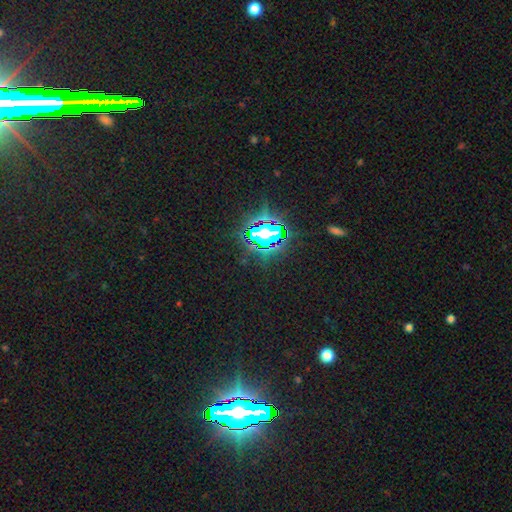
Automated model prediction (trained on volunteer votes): The model was most divided on "smooth or featured": star or artifact: 83%, smooth: 10%, featured or disk: 7%.